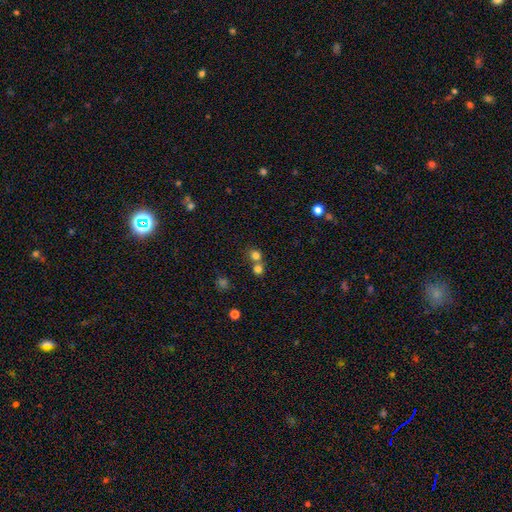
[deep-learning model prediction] This is likely a smooth galaxy (77%). How rounded: clearly round (86%). Merging: possibly none (50%).